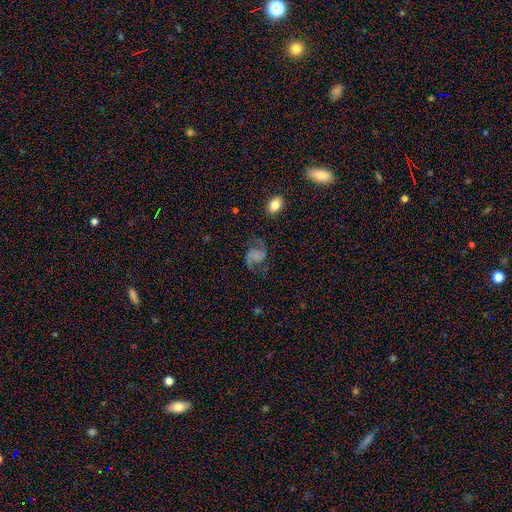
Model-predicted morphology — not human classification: The model was most divided on "spiral winding": medium: 46%, loose: 43%, tight: 11%. More confident: edge-on disk — no (98%); spiral arms — yes (94%); spiral arm count — 2 (92%); smooth or featured — featured or disk (75%); bar — no (67%); merging — none (65%); bulge size — none (52%).